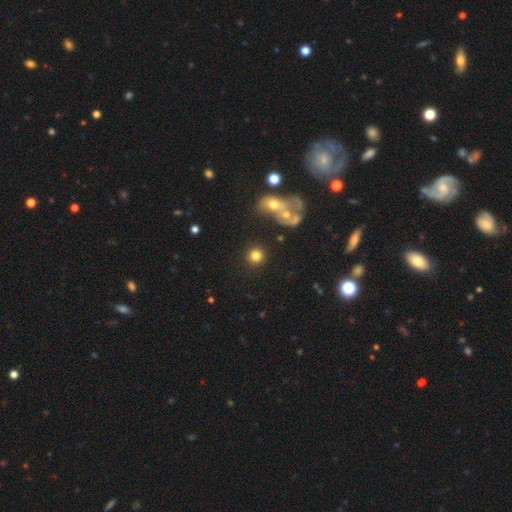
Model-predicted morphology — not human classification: smooth 80%, star or artifact 11%, featured or disk 9%. Down the decision tree: how rounded — round (92%); merging — none (82%).